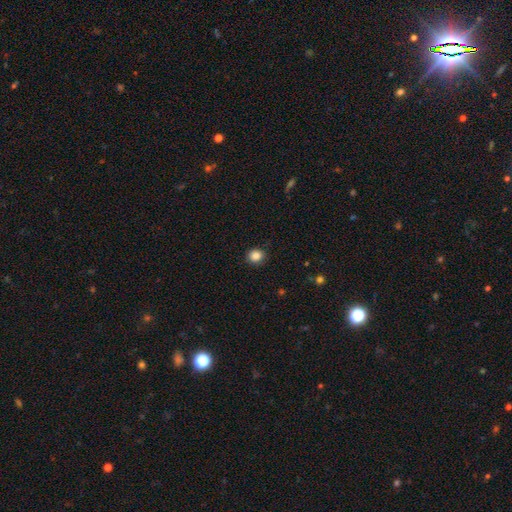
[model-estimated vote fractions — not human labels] Overall: smooth (86%). How rounded: round (77%). Merging: none (90%).